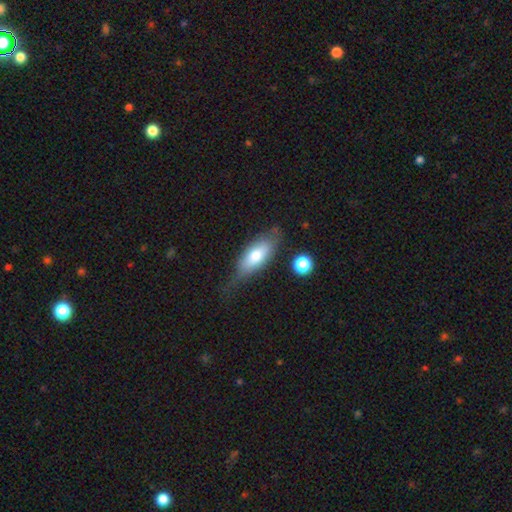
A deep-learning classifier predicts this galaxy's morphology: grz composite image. It shows a smooth galaxy with no disk features (69%) that is in between round and cigar-shaped (75%). Merging: none (56%).